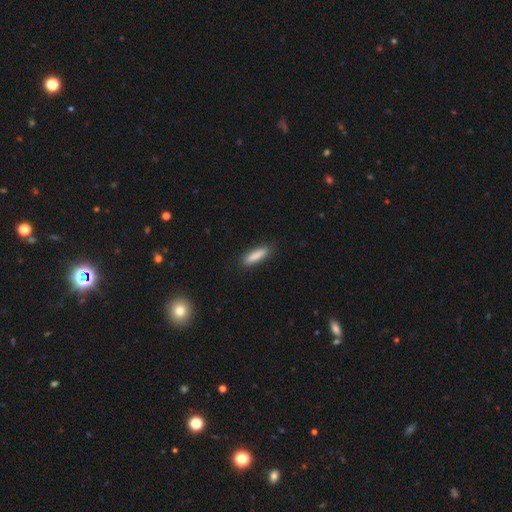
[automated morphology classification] Smooth or featured?
  - smooth: 86% *
  - featured or disk: 7%
  - star or artifact: 6%
How rounded?
  - cigar-shaped: 69% *
  - in between: 29%
  - round: 2%
Merging?
  - none: 88% *
  - minor disturbance: 9%
  - major disturbance: 2%
  - merger: 1%